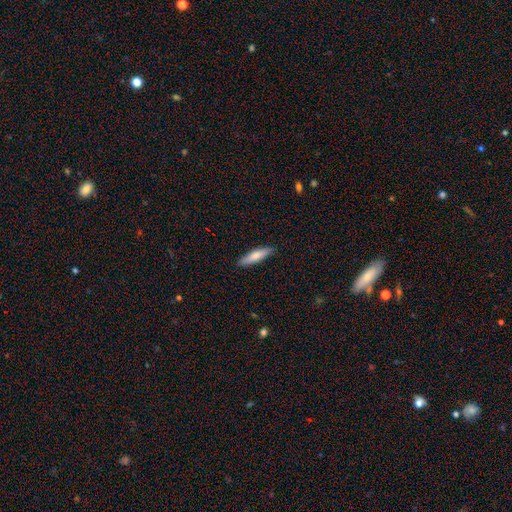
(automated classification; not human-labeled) Smooth or featured? smooth (73%)
How rounded? cigar-shaped (79%)
Merging? none (89%)